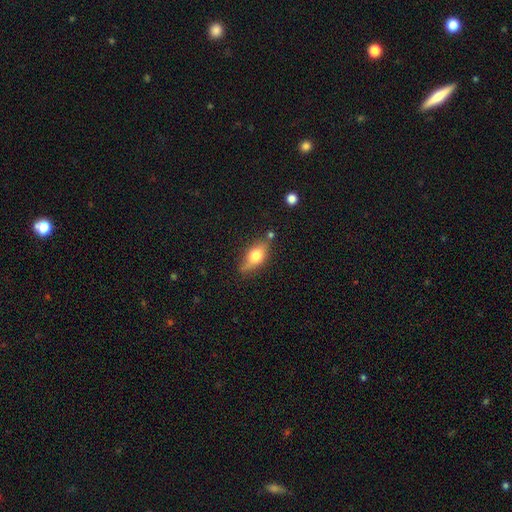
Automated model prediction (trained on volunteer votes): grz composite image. It shows a smooth galaxy with no disk features (67%) that is in between round and cigar-shaped (80%). Merging: none (69%).